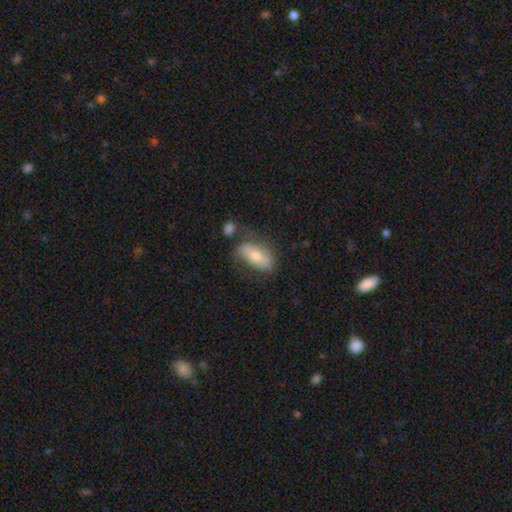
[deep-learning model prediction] A smooth galaxy with no disk features (62%) that is in between round and cigar-shaped (84%).

Vote fractions:
- Smooth or featured? smooth: 62% / featured or disk: 30% / star or artifact: 8%
- How rounded? in between: 84% / cigar-shaped: 13% / round: 4%
- Merging? none: 54% / minor disturbance: 24% / major disturbance: 12% / merger: 10%